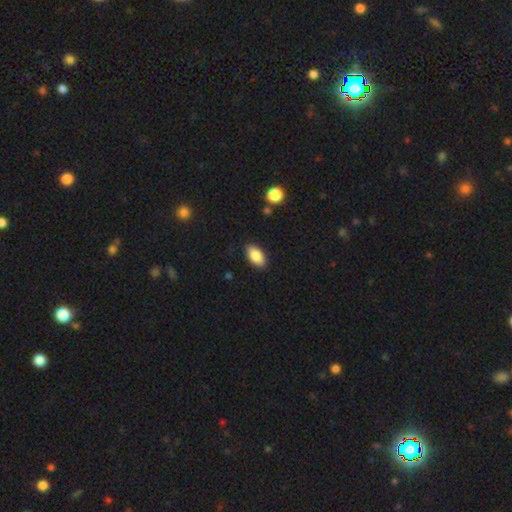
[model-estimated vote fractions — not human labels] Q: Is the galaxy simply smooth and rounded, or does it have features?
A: smooth — 87%.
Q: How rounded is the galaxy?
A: in between — 94%.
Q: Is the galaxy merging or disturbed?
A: none — 87%.